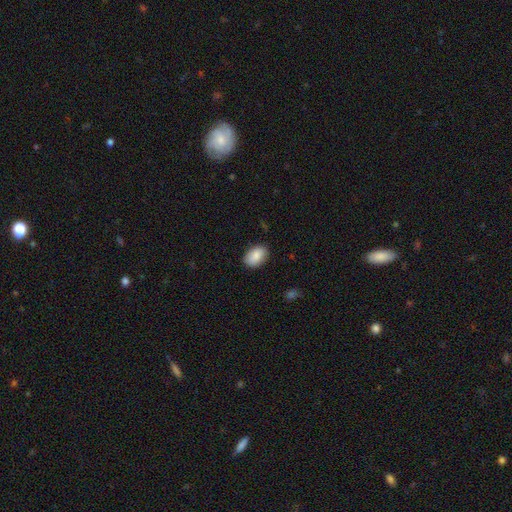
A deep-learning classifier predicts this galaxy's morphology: Q: Smooth or featured?
A: smooth (88%); runner-up: star or artifact (7%)
Q: How rounded?
A: in between (89%); runner-up: round (10%)
Q: Merging?
A: none (86%); runner-up: minor disturbance (11%)